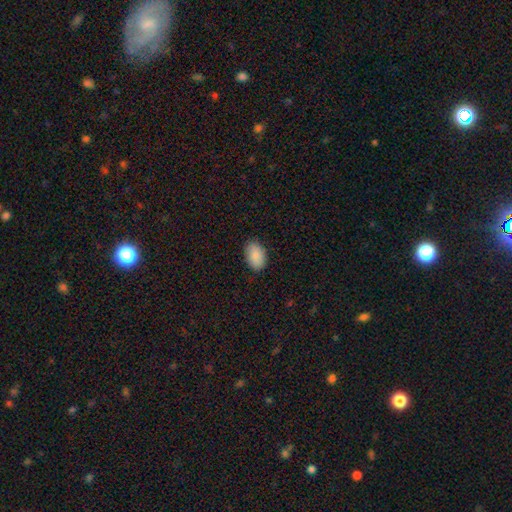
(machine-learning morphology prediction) Overall: smooth (89%). How rounded: in between (91%). Merging: none (88%).